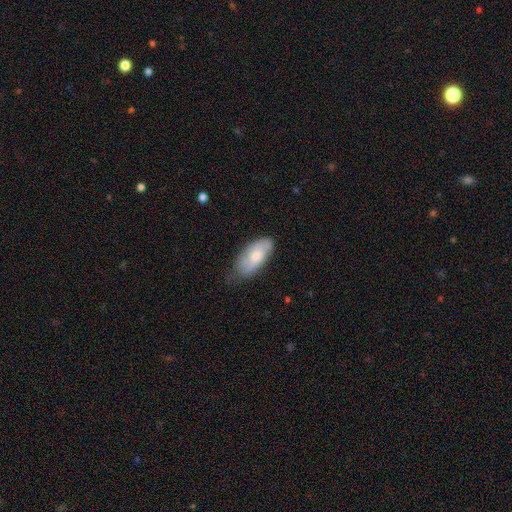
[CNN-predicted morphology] Smooth or featured? smooth (61%)
How rounded? in between (89%)
Merging? none (60%)